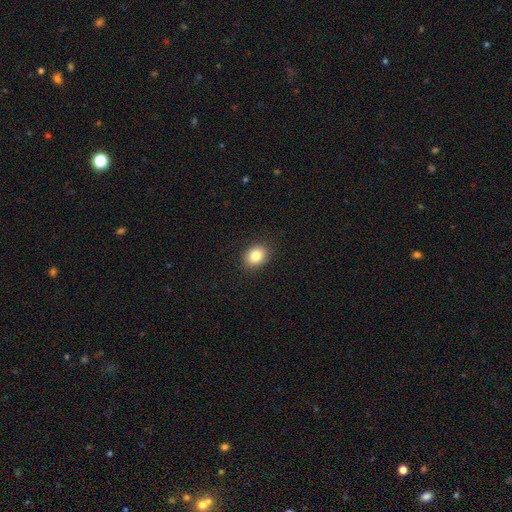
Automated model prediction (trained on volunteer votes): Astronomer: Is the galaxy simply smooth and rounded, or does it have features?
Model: smooth — 85%.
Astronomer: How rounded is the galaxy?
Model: in between — 56% (runner-up: round, 43%).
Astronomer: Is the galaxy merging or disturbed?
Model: none — 90%.